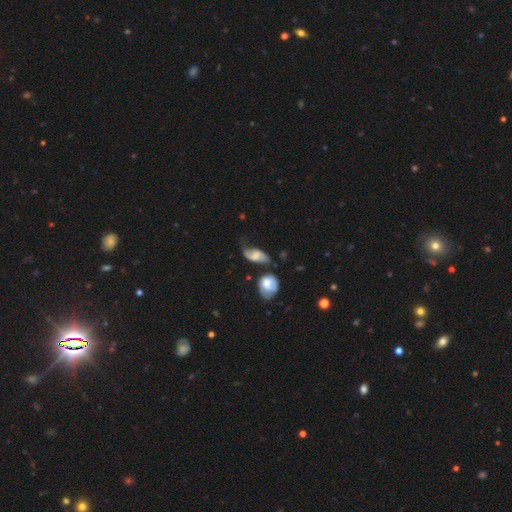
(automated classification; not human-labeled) Smooth or featured?
  - featured or disk: 60% *
  - smooth: 33%
  - star or artifact: 8%
Edge-on disk?
  - no: 94% *
  - yes: 6%
Bar?
  - no: 48% *
  - weak: 40%
  - strong: 12%
Spiral arms?
  - yes: 87% *
  - no: 13%
Bulge size?
  - moderate: 34% *
  - small: 28%
  - none: 22%
  - large: 14%
  - dominant: 3%
Merging?
  - none: 44% *
  - minor disturbance: 27%
  - major disturbance: 18%
  - merger: 11%